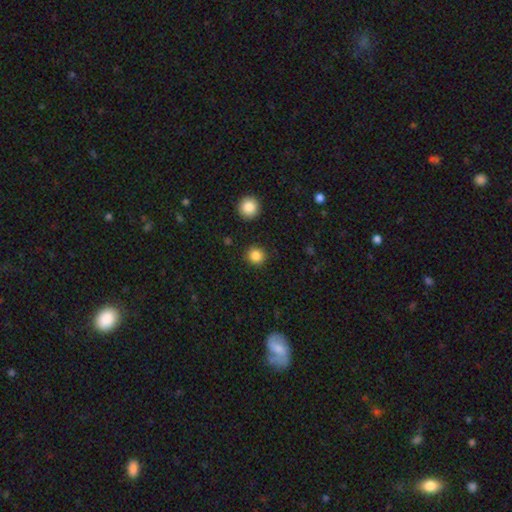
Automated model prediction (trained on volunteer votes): Q: Smooth or featured?
A: smooth (85%); runner-up: star or artifact (11%)
Q: How rounded?
A: round (92%); runner-up: in between (7%)
Q: Merging?
A: none (91%); runner-up: minor disturbance (6%)